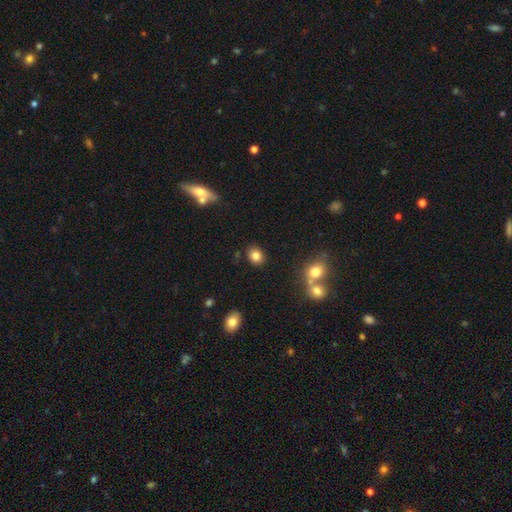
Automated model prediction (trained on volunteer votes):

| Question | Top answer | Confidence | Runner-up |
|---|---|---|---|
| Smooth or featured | smooth | 83% | star or artifact (11%) |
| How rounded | in between | 50% | round (49%) |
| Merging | none | 86% | minor disturbance (9%) |